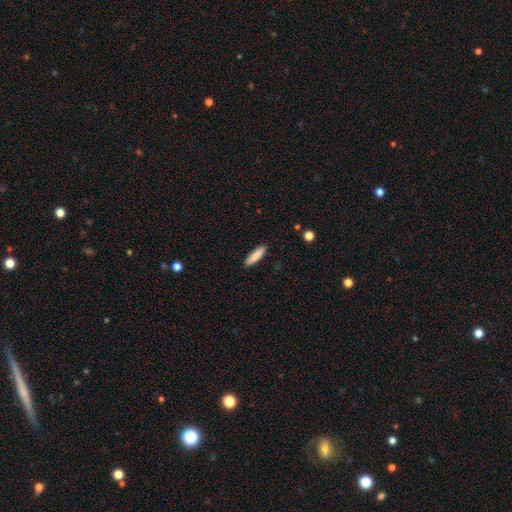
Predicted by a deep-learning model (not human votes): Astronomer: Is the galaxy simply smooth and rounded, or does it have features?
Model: smooth — 86%.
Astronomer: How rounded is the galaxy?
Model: cigar-shaped — 71%.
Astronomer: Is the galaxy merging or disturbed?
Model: none — 90%.